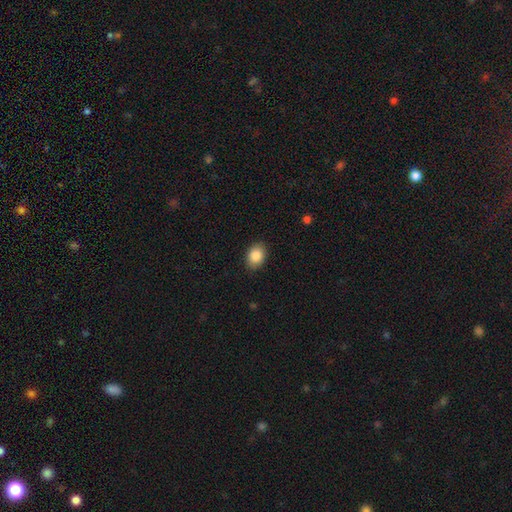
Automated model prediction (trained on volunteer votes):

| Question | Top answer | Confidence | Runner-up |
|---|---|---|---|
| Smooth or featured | smooth | 87% | star or artifact (8%) |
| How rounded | in between | 69% | round (30%) |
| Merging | none | 87% | minor disturbance (10%) |